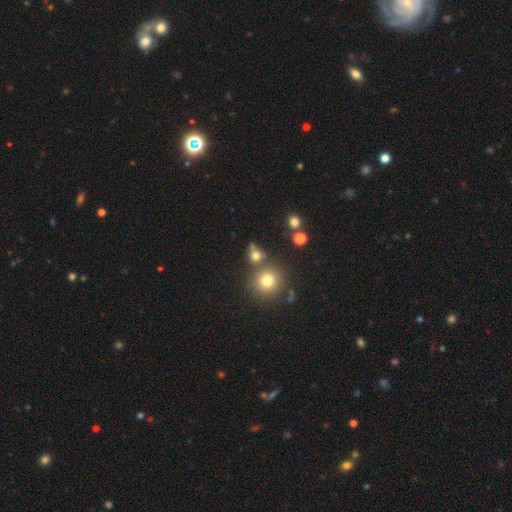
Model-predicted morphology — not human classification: Q: Smooth or featured?
A: smooth (72%); runner-up: star or artifact (18%)
Q: How rounded?
A: round (79%); runner-up: in between (19%)
Q: Merging?
A: none (61%); runner-up: merger (23%)